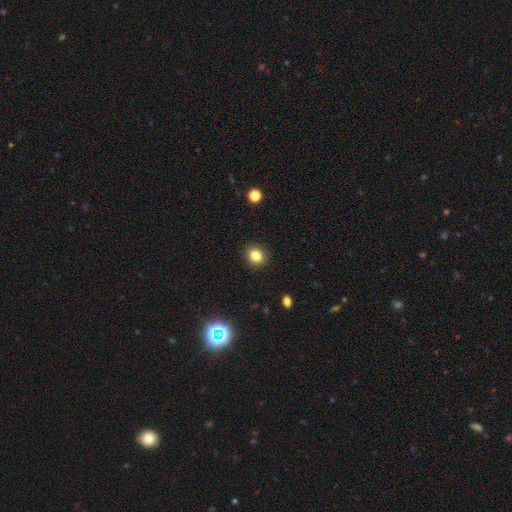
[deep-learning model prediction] smooth 82%, star or artifact 12%, featured or disk 6%. Down the decision tree: how rounded — round (66%); merging — none (89%).